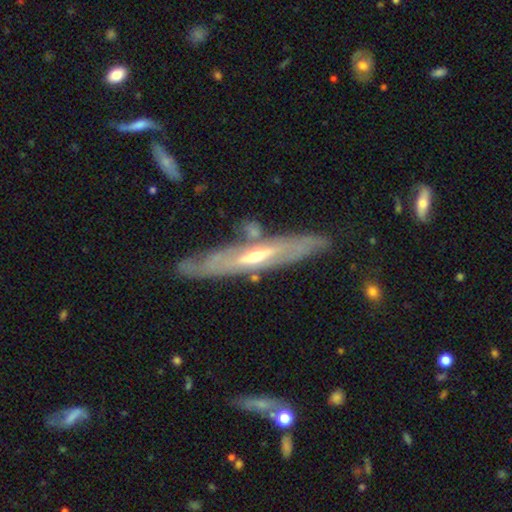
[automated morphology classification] This appears to be a featured or disk galaxy (77%) viewed edge-on (61%). Merging: none (72%).